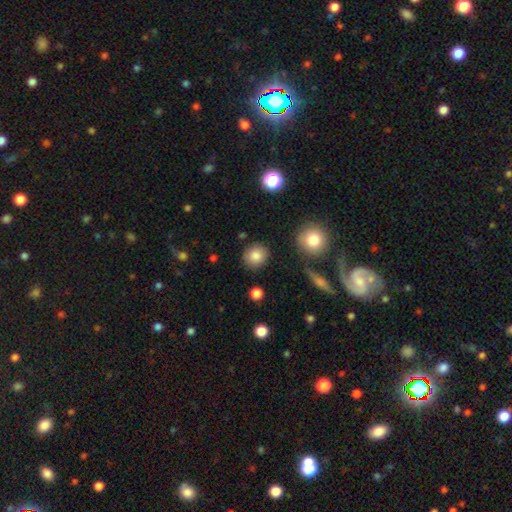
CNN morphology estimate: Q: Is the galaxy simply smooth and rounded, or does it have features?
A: smooth — 85%.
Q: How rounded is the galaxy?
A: round — 81%.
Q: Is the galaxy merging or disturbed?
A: none — 87%.